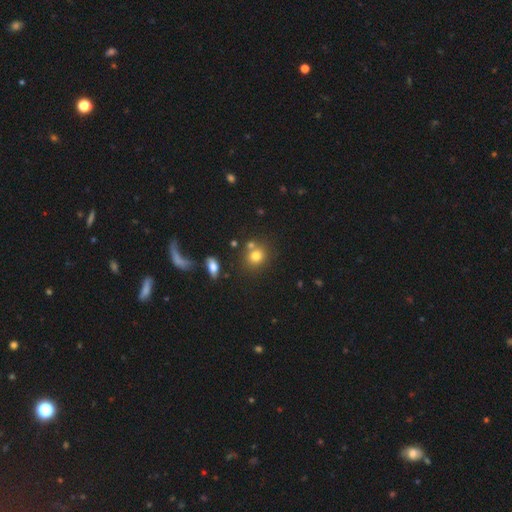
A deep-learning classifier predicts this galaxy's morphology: smooth-or-featured: smooth: 76% | star or artifact: 14% | featured or disk: 10%
  how-rounded: round: 76% | in between: 23% | cigar-shaped: 1%
  merging: none: 65% | merger: 20% | minor disturbance: 11% | major disturbance: 4%